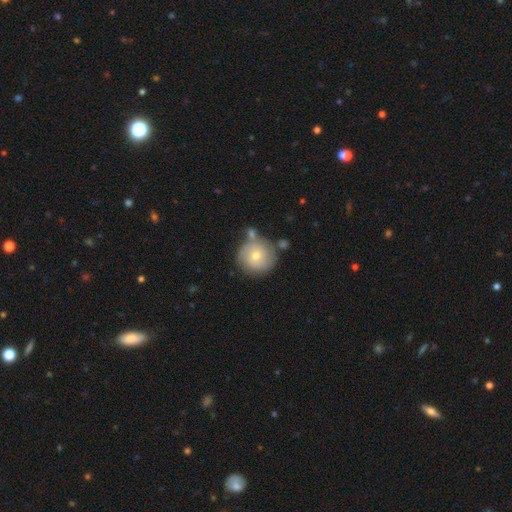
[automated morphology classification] type=smooth (49%); merging=none (68%).